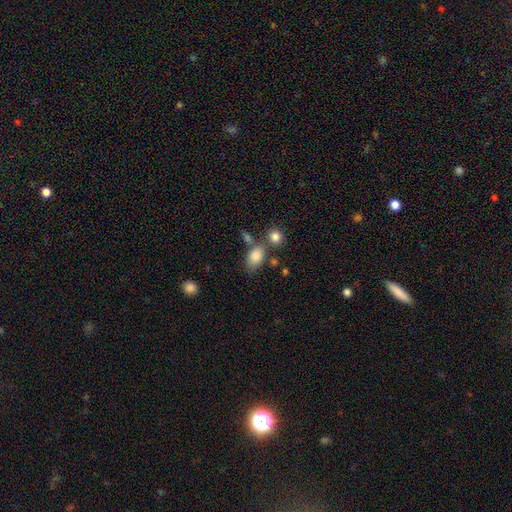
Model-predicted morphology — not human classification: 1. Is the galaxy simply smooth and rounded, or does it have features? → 82% smooth, 9% featured or disk, 9% star or artifact.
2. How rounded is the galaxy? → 86% in between, 13% round, 2% cigar-shaped.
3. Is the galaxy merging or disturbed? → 54% none, 24% merger, 16% minor disturbance, 6% major disturbance.